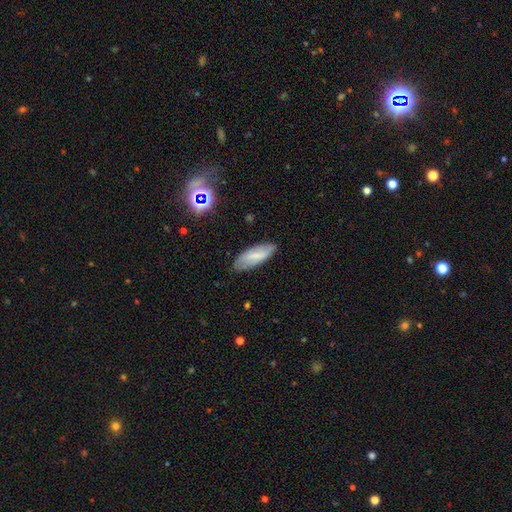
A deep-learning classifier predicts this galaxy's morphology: This is likely a smooth galaxy (65%). How rounded: likely in between (70%). Merging: clearly none (80%).